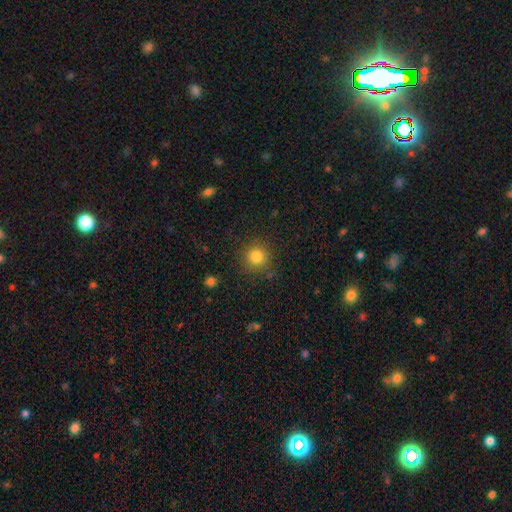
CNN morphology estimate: type=smooth (83%); roundness=round (93%); merging=none (86%).